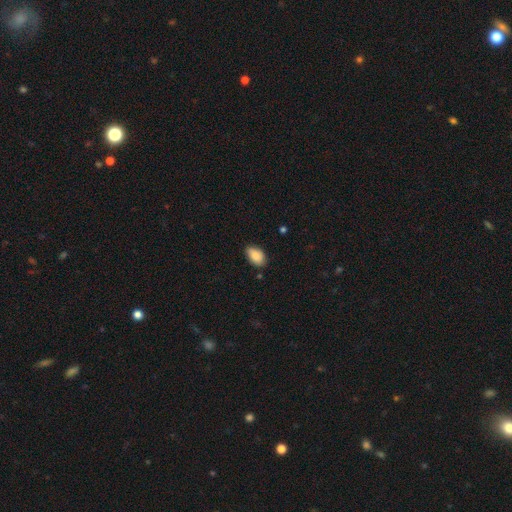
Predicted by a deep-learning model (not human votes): smooth_or_featured: smooth (p=0.85) [alt: featured or disk p=0.08]
how_rounded: in between (p=0.92) [alt: round p=0.07]
merging: none (p=0.78) [alt: minor disturbance p=0.18]